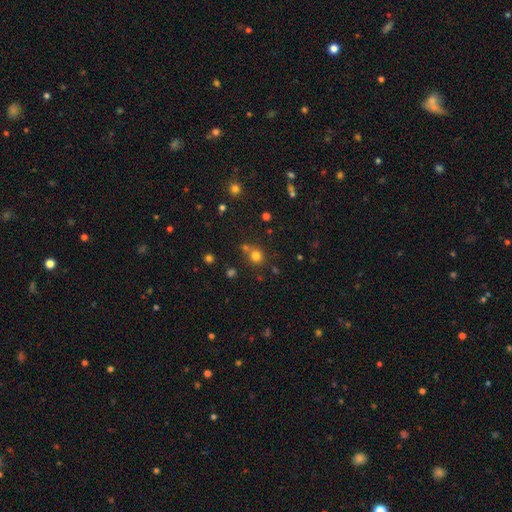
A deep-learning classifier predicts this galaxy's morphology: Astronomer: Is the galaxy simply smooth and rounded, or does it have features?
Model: smooth — 75%.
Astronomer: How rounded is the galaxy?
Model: round — 88%.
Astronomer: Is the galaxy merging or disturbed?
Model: none — 66%.